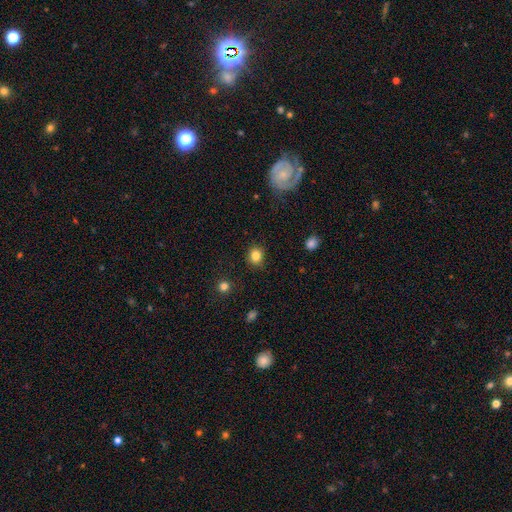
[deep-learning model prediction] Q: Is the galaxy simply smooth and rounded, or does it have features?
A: smooth — 84%.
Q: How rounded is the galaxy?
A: round — 75%.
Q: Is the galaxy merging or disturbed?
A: none — 86%.